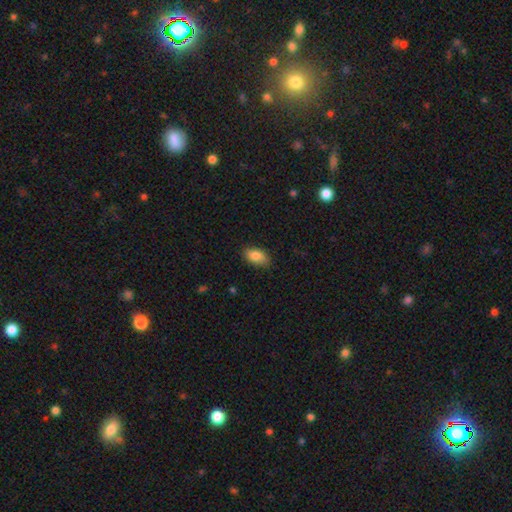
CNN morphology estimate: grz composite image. It shows a smooth galaxy with no disk features (85%) that is in between round and cigar-shaped (92%). Merging: none (83%).